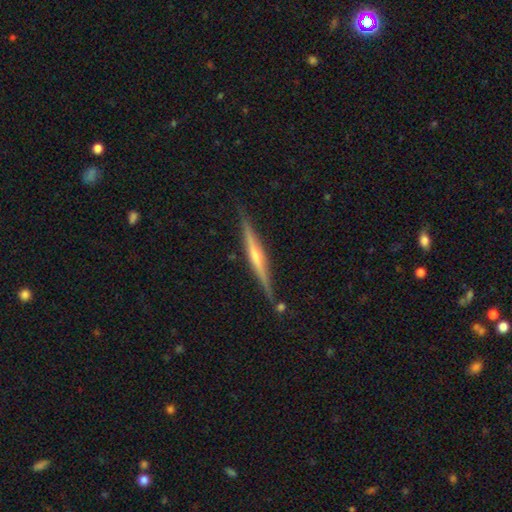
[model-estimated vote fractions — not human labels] smooth_or_featured: featured or disk (p=0.73) [alt: smooth p=0.20]
disk_edge_on: yes (p=0.98) [alt: no p=0.02]
edge_on_bulge: rounded (p=0.66) [alt: none p=0.24]
merging: none (p=0.86) [alt: minor disturbance p=0.10]